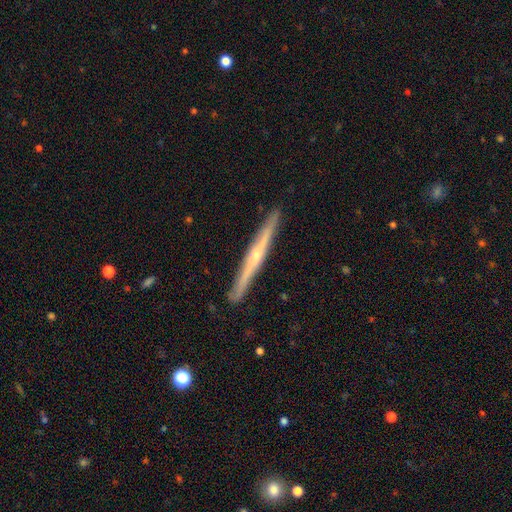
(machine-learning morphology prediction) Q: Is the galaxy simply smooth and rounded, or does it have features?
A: featured or disk — 74%.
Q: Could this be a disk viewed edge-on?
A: yes — 97%.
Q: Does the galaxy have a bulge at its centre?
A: rounded — 74%.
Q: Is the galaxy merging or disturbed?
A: none — 91%.